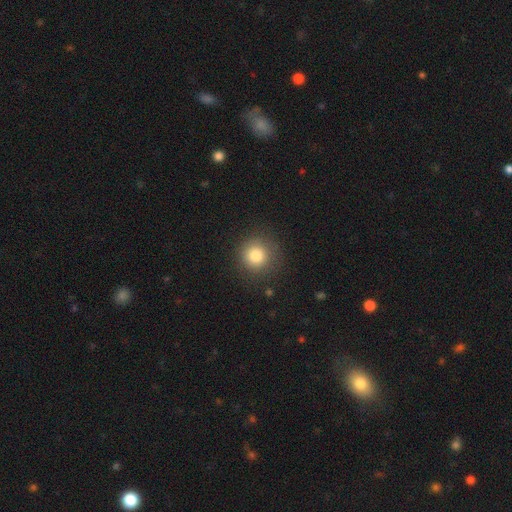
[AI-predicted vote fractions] This is clearly a smooth galaxy (81%). How rounded: clearly round (94%). Merging: clearly none (86%).